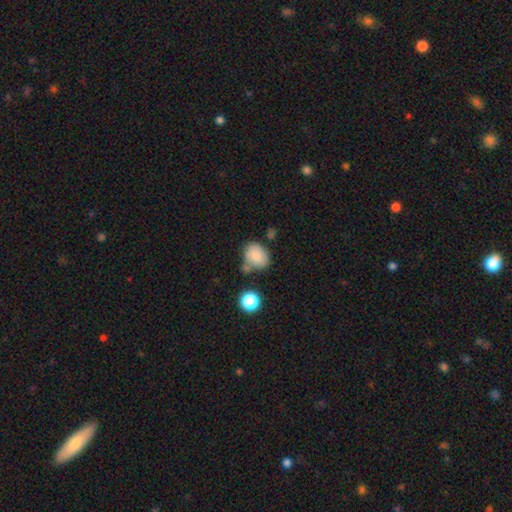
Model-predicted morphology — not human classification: A smooth galaxy with no disk features (81%) that is in between round and cigar-shaped (53%). Merging: none (52%).